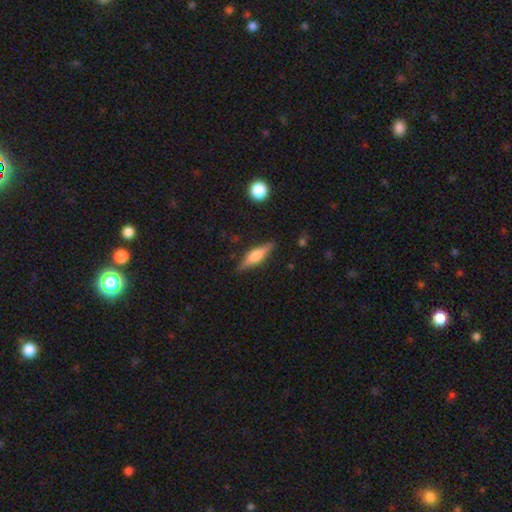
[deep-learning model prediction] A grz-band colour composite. It shows a featured or disk galaxy (48%). Merging: none (85%).